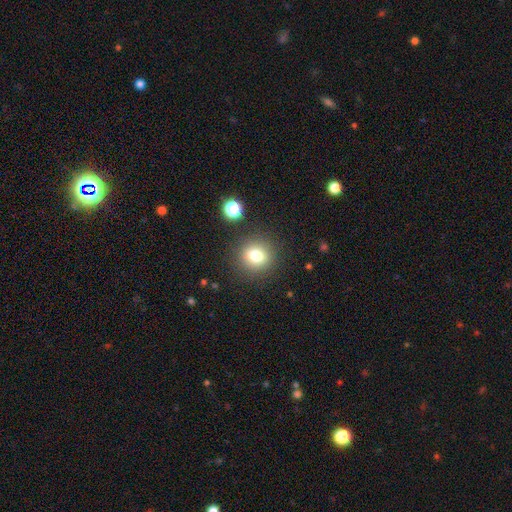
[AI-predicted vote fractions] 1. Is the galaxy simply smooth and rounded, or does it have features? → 76% smooth, 13% star or artifact, 11% featured or disk.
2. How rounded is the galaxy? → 83% round, 16% in between, 1% cigar-shaped.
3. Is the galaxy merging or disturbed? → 86% none, 8% minor disturbance, 3% major disturbance, 3% merger.